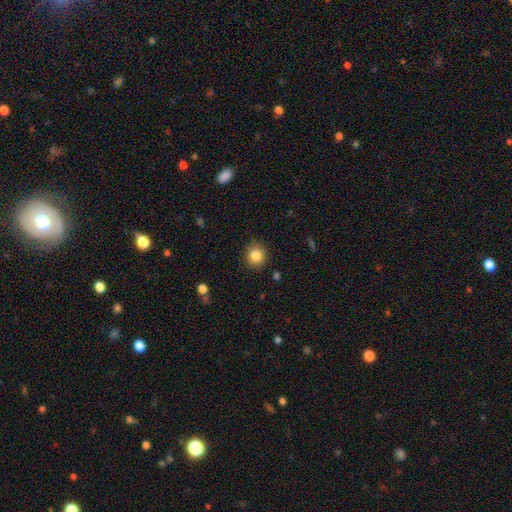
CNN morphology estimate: smooth-or-featured: smooth: 84% | star or artifact: 10% | featured or disk: 5%
  how-rounded: round: 88% | in between: 11% | cigar-shaped: 1%
  merging: none: 87% | minor disturbance: 9% | major disturbance: 2% | merger: 1%